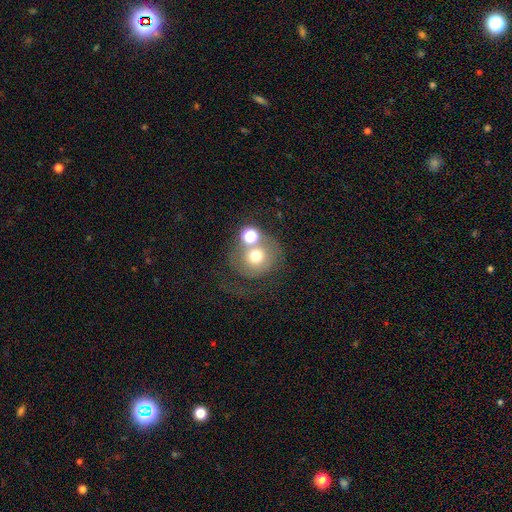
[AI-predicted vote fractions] A smooth galaxy with no disk features (56%) that is round (83%).

Vote fractions:
- Smooth or featured? smooth: 56% / featured or disk: 30% / star or artifact: 14%
- How rounded? round: 83% / in between: 16% / cigar-shaped: 1%
- Merging? none: 37% / merger: 31% / major disturbance: 19% / minor disturbance: 13%